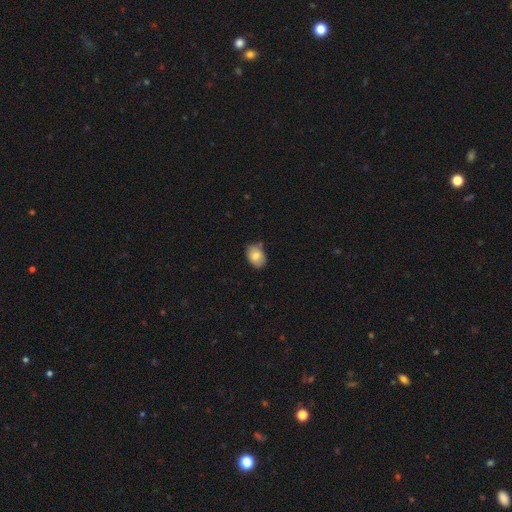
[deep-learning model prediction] Smooth or featured?
  - smooth: 78% *
  - featured or disk: 14%
  - star or artifact: 8%
How rounded?
  - in between: 73% *
  - round: 26%
  - cigar-shaped: 1%
Merging?
  - none: 75% *
  - minor disturbance: 19%
  - merger: 3%
  - major disturbance: 3%